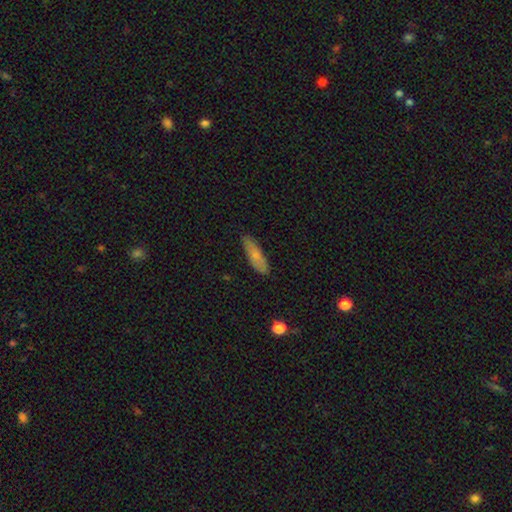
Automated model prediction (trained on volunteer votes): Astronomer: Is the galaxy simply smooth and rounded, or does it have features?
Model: smooth — 74%.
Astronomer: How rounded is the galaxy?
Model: cigar-shaped — 51% (runner-up: in between, 46%).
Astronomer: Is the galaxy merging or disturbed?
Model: none — 82%.